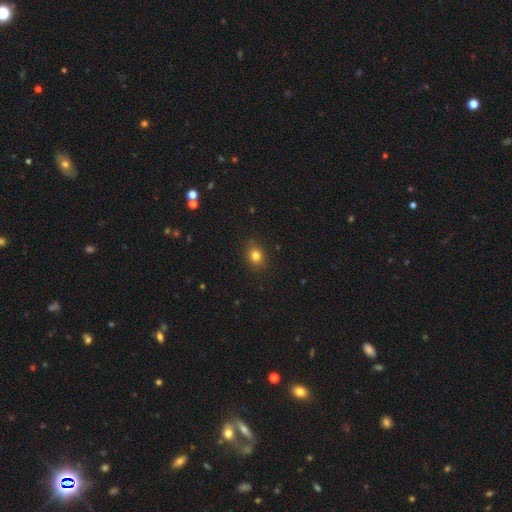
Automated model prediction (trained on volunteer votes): This is clearly a smooth galaxy (81%). How rounded: possibly round (57%). Merging: clearly none (86%).